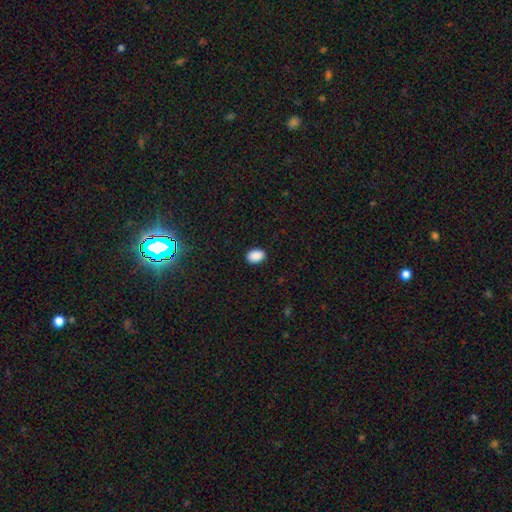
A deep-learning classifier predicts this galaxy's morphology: type=smooth (90%); roundness=in between (82%); merging=none (90%).